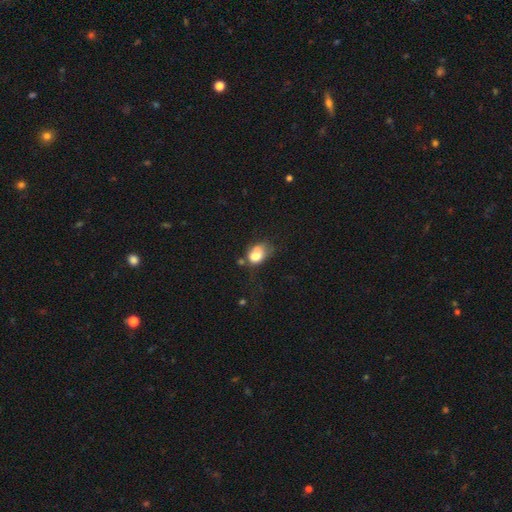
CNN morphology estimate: This appears to be a smooth galaxy with no disk features (76%) that is in between round and cigar-shaped (65%). Merging: minor disturbance (31%).